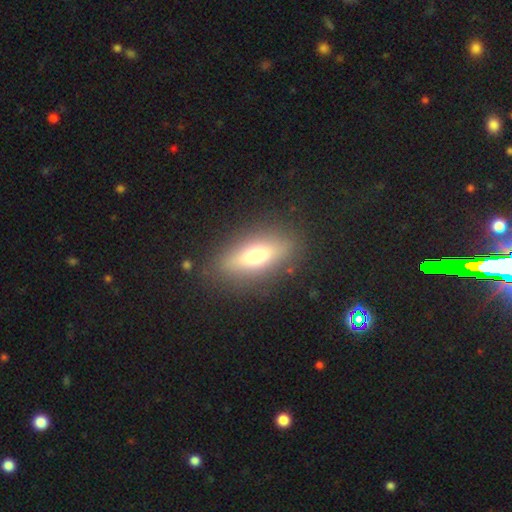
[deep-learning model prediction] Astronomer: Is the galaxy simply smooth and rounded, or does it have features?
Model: smooth — 57% (runner-up: featured or disk, 34%).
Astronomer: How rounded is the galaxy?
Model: in between — 62%.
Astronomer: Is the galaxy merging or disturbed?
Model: none — 86%.